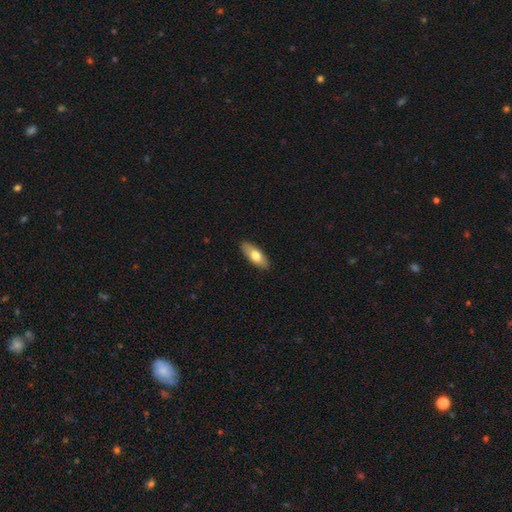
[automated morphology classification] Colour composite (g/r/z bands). It shows a smooth galaxy with no disk features (70%) that is in between round and cigar-shaped (75%). Merging: none (88%).